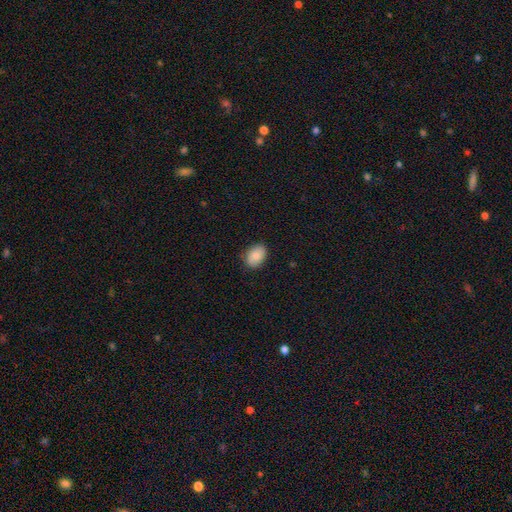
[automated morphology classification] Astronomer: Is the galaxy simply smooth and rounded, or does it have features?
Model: smooth — 87%.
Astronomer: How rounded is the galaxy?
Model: in between — 83%.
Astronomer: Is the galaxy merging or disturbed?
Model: none — 85%.